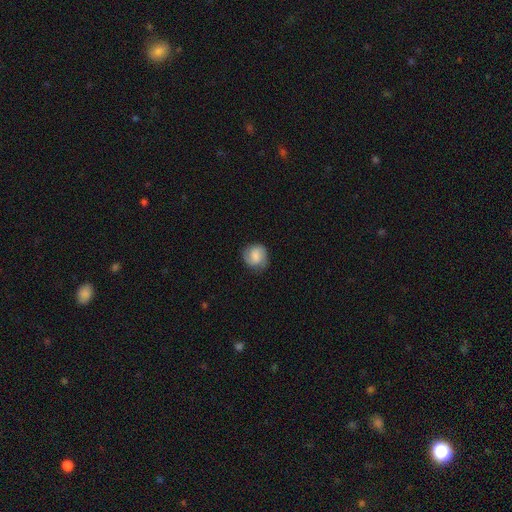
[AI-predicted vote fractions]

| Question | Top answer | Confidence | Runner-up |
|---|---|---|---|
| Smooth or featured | smooth | 56% | featured or disk (36%) |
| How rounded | round | 81% | in between (18%) |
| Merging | none | 77% | minor disturbance (16%) |